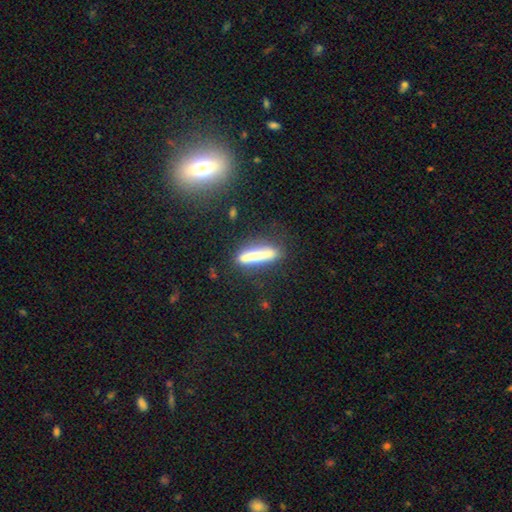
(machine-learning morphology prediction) smooth 57%, featured or disk 35%, star or artifact 8%. Down the decision tree: how rounded — cigar-shaped (85%); merging — none (77%).